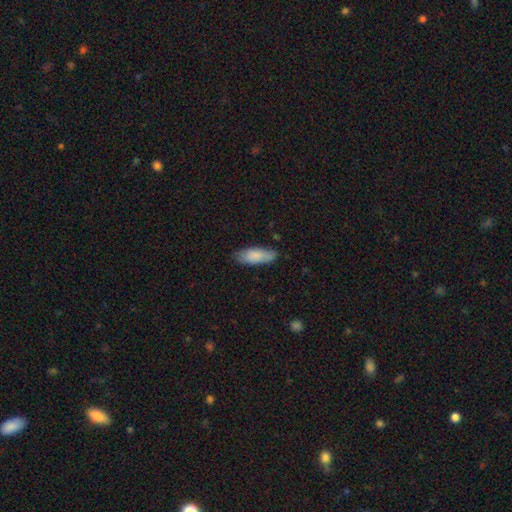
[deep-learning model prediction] The model was most divided on "how rounded": in between: 75%, cigar-shaped: 23%, round: 2%. More confident: smooth or featured — smooth (83%); merging — none (77%).